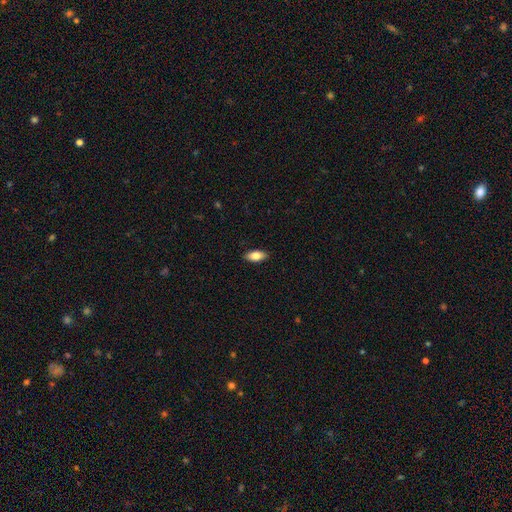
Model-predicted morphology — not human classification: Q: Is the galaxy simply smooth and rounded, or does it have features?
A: smooth — 81%.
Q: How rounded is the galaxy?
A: in between — 88%.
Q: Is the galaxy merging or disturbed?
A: none — 89%.